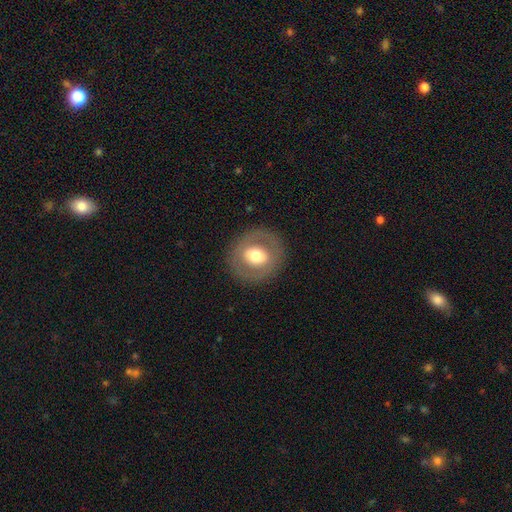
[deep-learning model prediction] Smooth or featured? smooth (52%)
How rounded? round (82%)
Merging? none (85%)